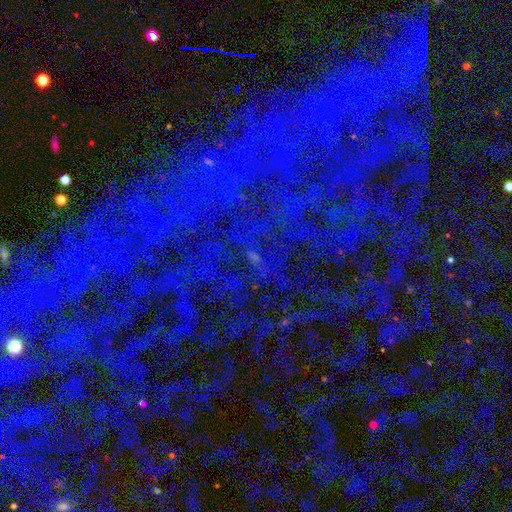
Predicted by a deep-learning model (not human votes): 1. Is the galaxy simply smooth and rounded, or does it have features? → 81% star or artifact, 10% featured or disk, 9% smooth.